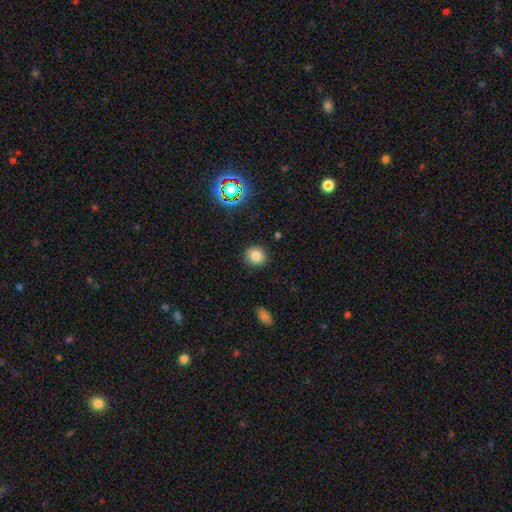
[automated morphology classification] A smooth galaxy with no disk features (81%) that is round (84%).

Vote fractions:
- Smooth or featured? smooth: 81% / star or artifact: 13% / featured or disk: 7%
- How rounded? round: 84% / in between: 15% / cigar-shaped: 1%
- Merging? none: 89% / minor disturbance: 7% / major disturbance: 2% / merger: 1%